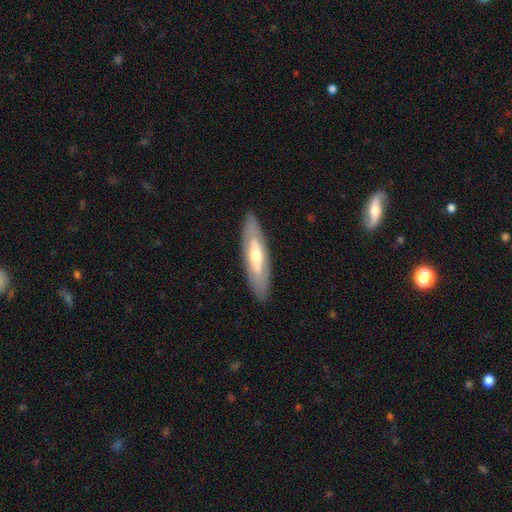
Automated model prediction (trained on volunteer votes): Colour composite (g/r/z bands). It shows a featured or disk galaxy (58%). Merging: none (87%).